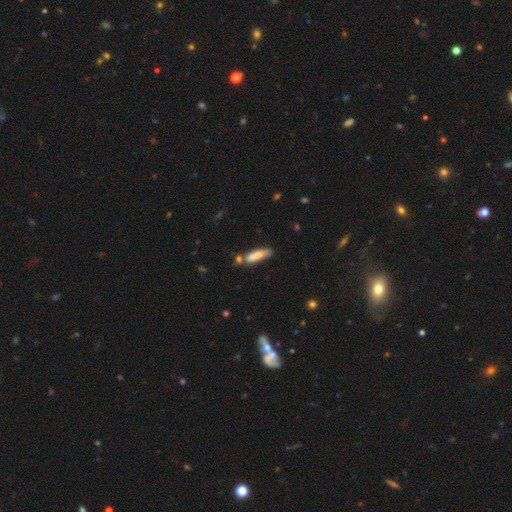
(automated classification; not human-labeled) Smooth or featured? Predicted: smooth (p=0.81). How rounded? Predicted: cigar-shaped (p=0.64). Merging? Predicted: none (p=0.51).